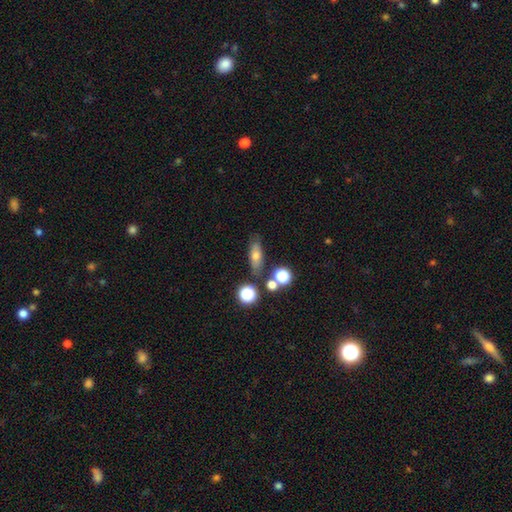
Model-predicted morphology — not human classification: Smooth or featured: smooth — 65% (featured or disk — 23%)
How rounded: in between — 56% (cigar-shaped — 32%)
Merging: none — 71% (minor disturbance — 13%)